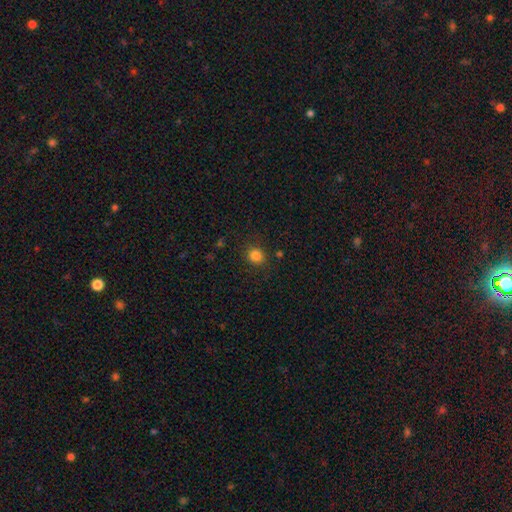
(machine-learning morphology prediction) smooth 83%, star or artifact 12%, featured or disk 5%. Down the decision tree: how rounded — round (84%); merging — none (87%).